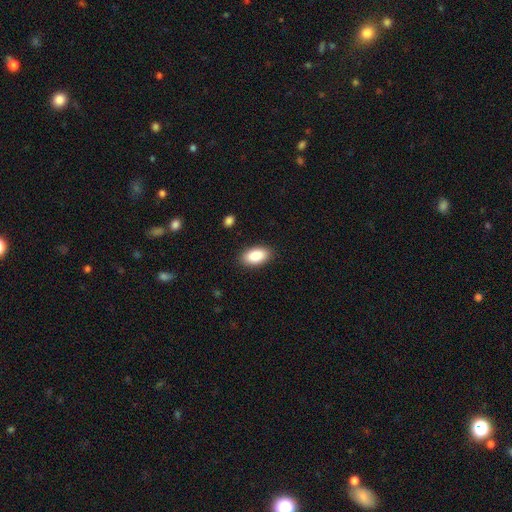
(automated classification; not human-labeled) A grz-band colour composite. It shows a smooth galaxy with no disk features (89%) that is in between round and cigar-shaped (94%). Merging: none (88%).